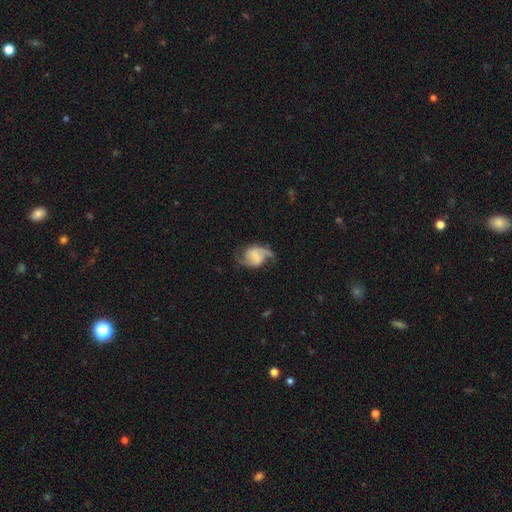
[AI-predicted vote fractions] Smooth or featured: featured or disk — 84% (smooth — 10%)
Edge-on disk: no — 98% (yes — 2%)
Bar: weak — 45% (no — 37%)
Spiral arms: yes — 96% (no — 4%)
Spiral winding: medium — 45% (loose — 43%)
Spiral arm count: 2 — 91% (1 — 3%)
Bulge size: none — 47% (small — 28%)
Merging: none — 71% (minor disturbance — 17%)